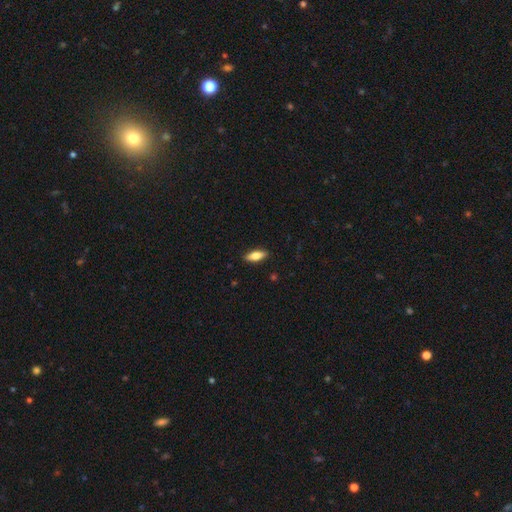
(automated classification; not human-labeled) A smooth galaxy with no disk features (72%) that is in between round and cigar-shaped (67%).

Vote fractions:
- Smooth or featured? smooth: 72% / featured or disk: 21% / star or artifact: 6%
- How rounded? in between: 67% / cigar-shaped: 30% / round: 2%
- Merging? none: 89% / minor disturbance: 8% / major disturbance: 2% / merger: 1%